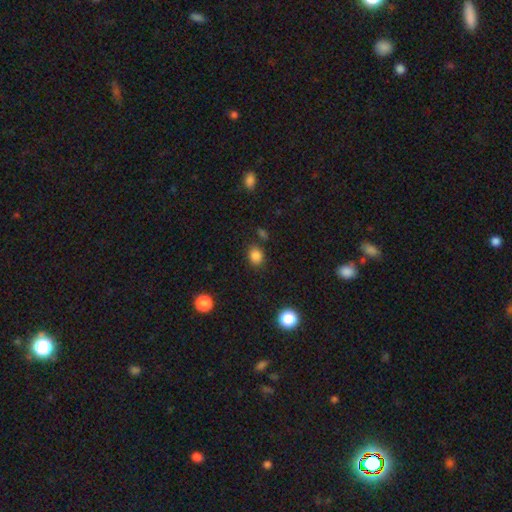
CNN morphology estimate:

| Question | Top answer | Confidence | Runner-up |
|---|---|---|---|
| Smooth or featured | smooth | 83% | star or artifact (12%) |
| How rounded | round | 54% | in between (45%) |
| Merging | none | 79% | minor disturbance (12%) |